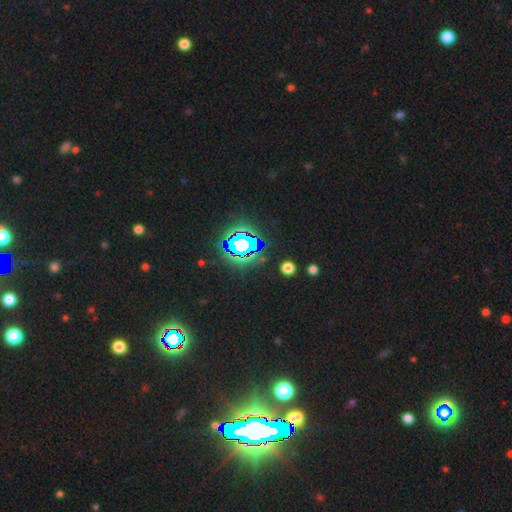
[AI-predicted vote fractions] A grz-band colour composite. It shows a star or artifact, not a galaxy (85%).